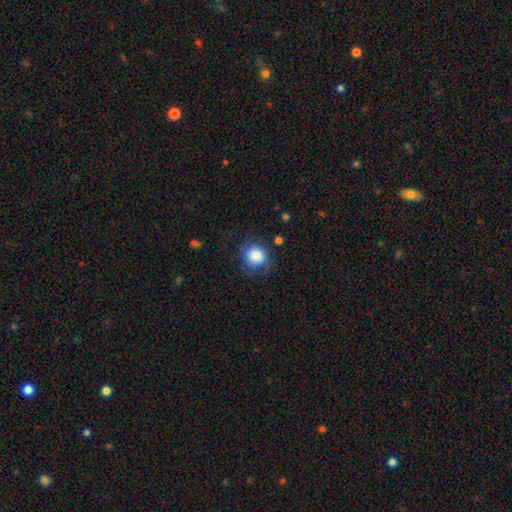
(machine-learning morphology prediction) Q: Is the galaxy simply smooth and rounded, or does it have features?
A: smooth — 82%.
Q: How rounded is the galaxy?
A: round — 86%.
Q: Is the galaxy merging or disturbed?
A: none — 68%.